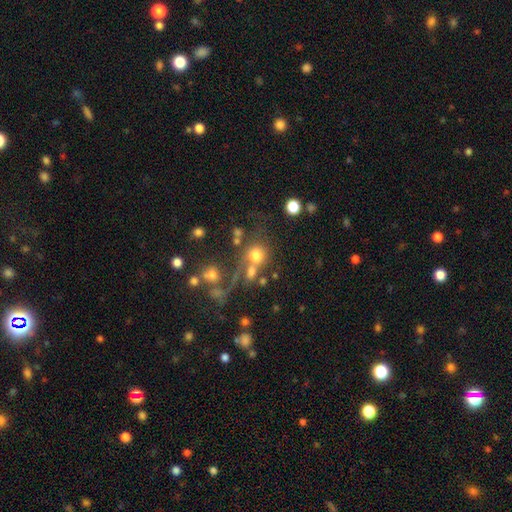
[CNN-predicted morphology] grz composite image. It shows a smooth galaxy with no disk features (71%) that is round (83%). Merging: none (40%).